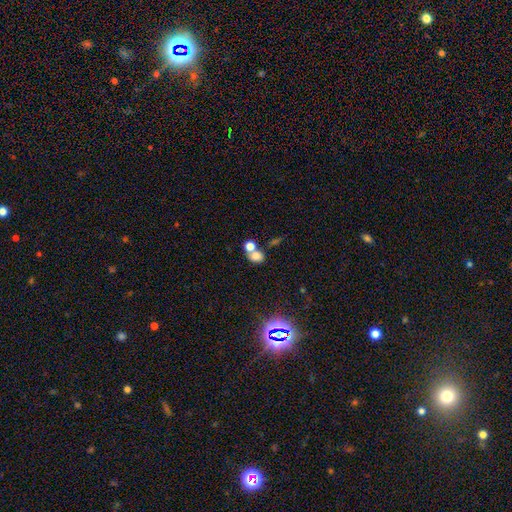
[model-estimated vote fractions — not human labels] Smooth or featured: smooth — 71% (star or artifact — 17%)
How rounded: round — 52% (in between — 46%)
Merging: merger — 52% (none — 35%)